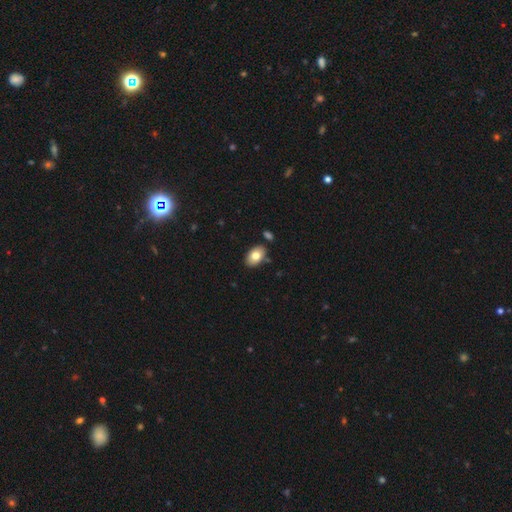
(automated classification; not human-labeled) A smooth galaxy with no disk features (79%) that is in between round and cigar-shaped (89%). Merging: none (83%).